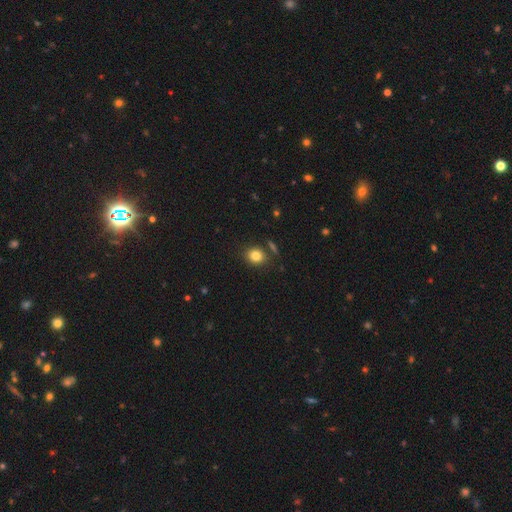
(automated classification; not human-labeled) Smooth or featured? Predicted: smooth (p=0.81). How rounded? Predicted: round (p=0.66). Merging? Predicted: none (p=0.79).